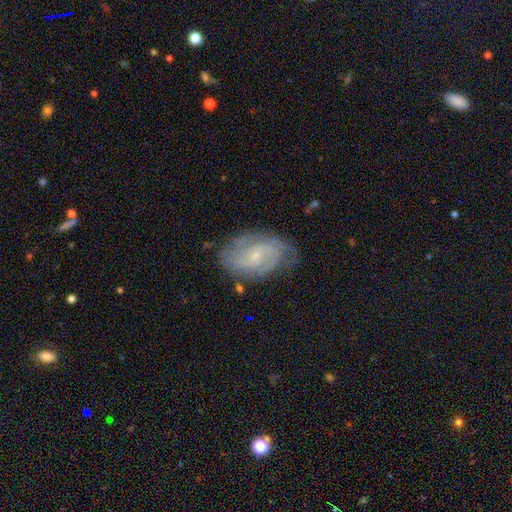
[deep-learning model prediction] Smooth or featured? Predicted: featured or disk (p=0.80). Edge-on disk? Predicted: no (p=0.97). Bar? Predicted: weak (p=0.47). Spiral arms? Predicted: yes (p=0.93). Spiral winding? Predicted: medium (p=0.44). Spiral arm count? Predicted: 2 (p=0.54). Bulge size? Predicted: small (p=0.73). Merging? Predicted: none (p=0.72).